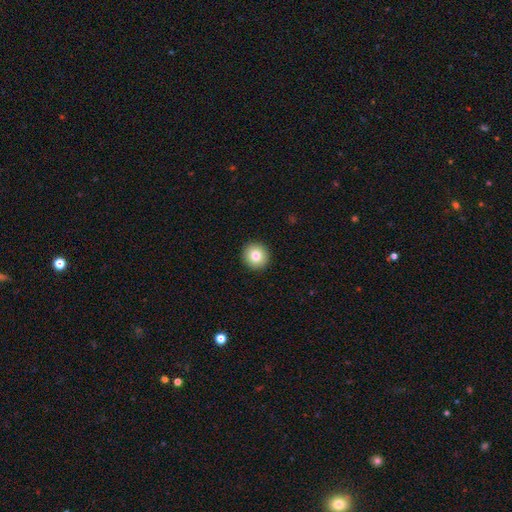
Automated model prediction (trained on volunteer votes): A smooth galaxy with no disk features (80%) that is round (93%). Merging: none (93%).